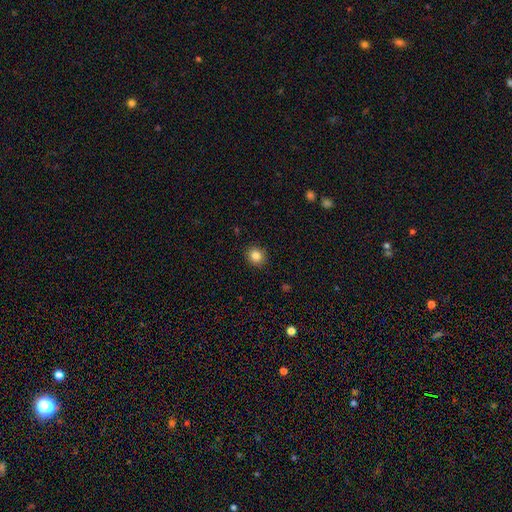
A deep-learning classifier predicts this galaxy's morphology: Smooth or featured: smooth — 84% (star or artifact — 11%)
How rounded: round — 82% (in between — 17%)
Merging: none — 90% (minor disturbance — 7%)